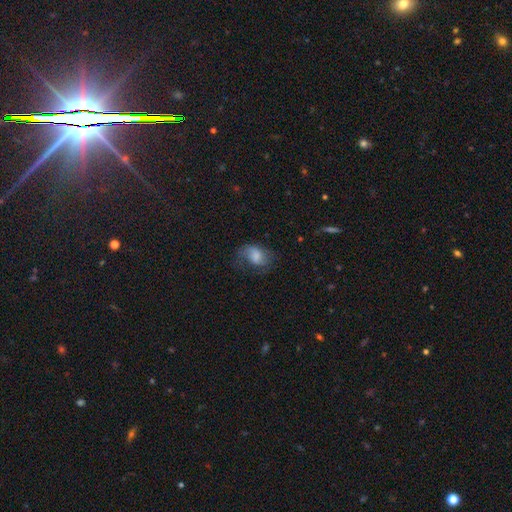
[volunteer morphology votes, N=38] This is likely a smooth galaxy (63%). How rounded: clearly in between (83%). Merging: marginally none (42%).